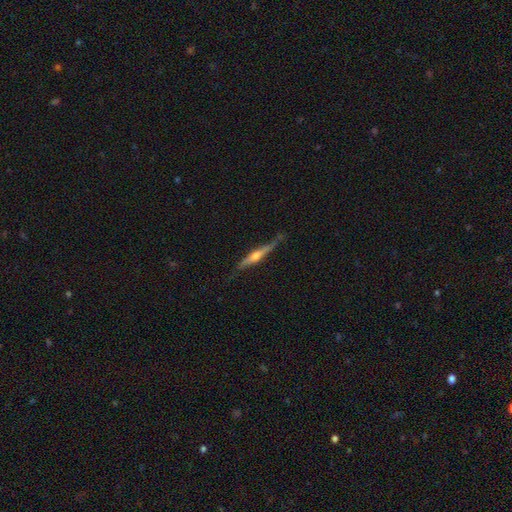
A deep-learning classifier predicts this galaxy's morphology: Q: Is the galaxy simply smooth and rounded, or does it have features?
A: featured or disk — 68%.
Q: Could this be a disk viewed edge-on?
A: yes — 97%.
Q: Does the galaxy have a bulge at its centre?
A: rounded — 83%.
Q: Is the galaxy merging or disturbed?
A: none — 74%.